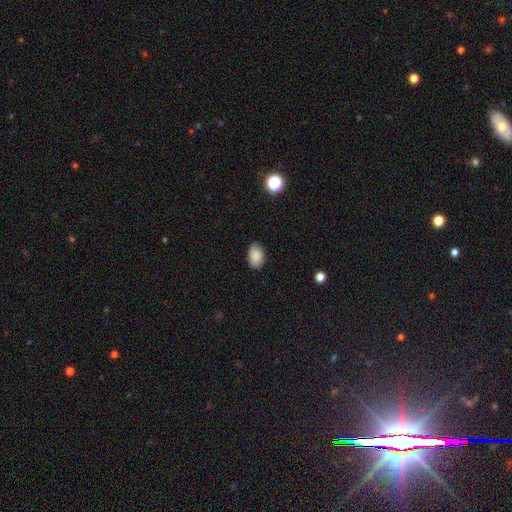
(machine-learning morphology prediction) smooth-or-featured: smooth: 89% | star or artifact: 8% | featured or disk: 4%
  how-rounded: in between: 87% | round: 12% | cigar-shaped: 1%
  merging: none: 86% | minor disturbance: 11% | major disturbance: 2% | merger: 1%